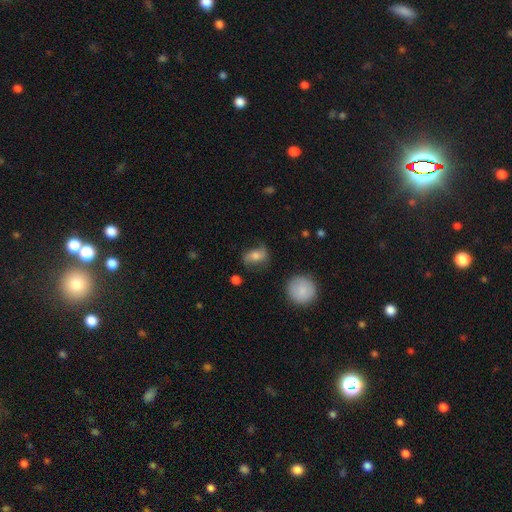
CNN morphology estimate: This is possibly a smooth galaxy (49%). Merging: likely none (65%).